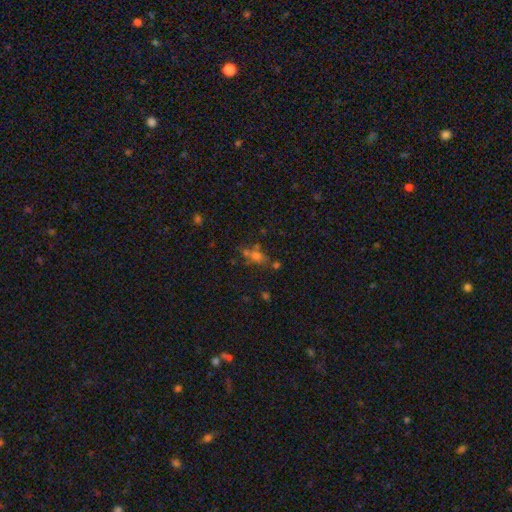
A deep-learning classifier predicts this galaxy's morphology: This is possibly a smooth galaxy (48%). Merging: possibly none (55%).